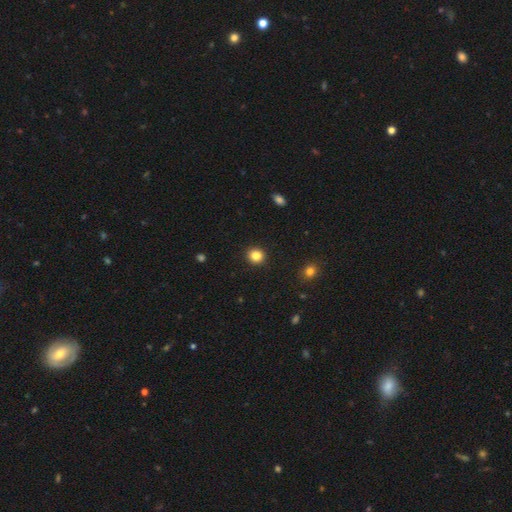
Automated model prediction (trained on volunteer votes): Morphology: type=smooth (84%); roundness=round (87%); merging=none (92%).